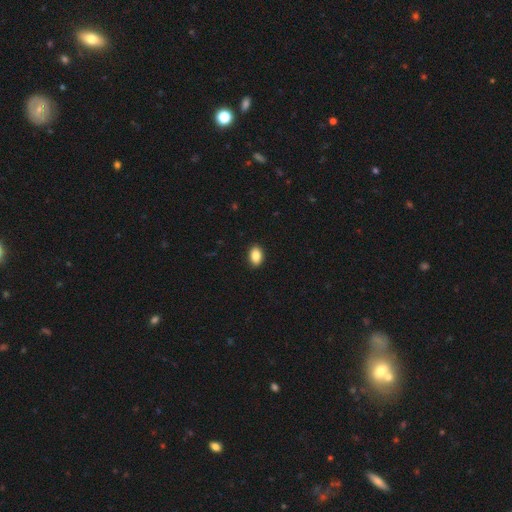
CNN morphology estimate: smooth 87%, star or artifact 8%, featured or disk 5%. Down the decision tree: how rounded — in between (84%); merging — none (91%).